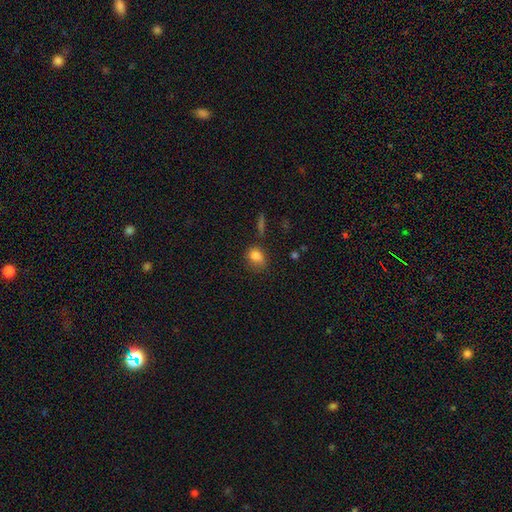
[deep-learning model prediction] Smooth or featured: smooth — 83% (star or artifact — 11%)
How rounded: in between — 59% (round — 40%)
Merging: none — 61% (minor disturbance — 26%)